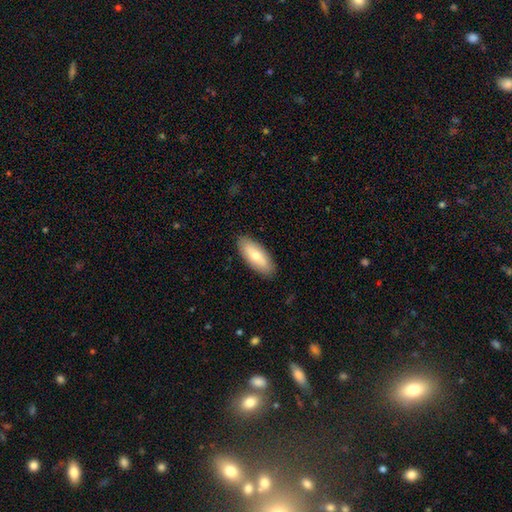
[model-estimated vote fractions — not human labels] Smooth or featured: smooth — 73% (featured or disk — 22%)
How rounded: in between — 79% (cigar-shaped — 19%)
Merging: none — 88% (minor disturbance — 9%)